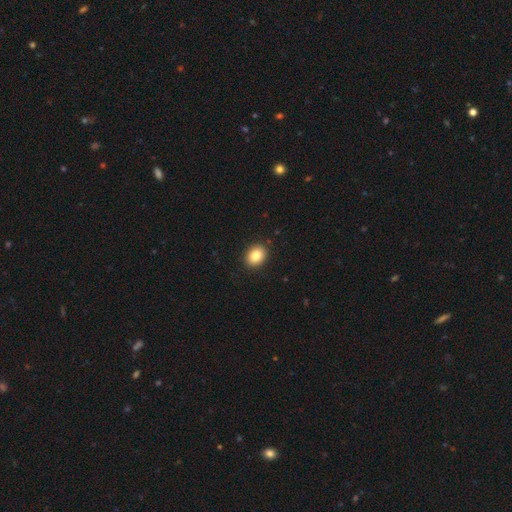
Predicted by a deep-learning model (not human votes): Q: Smooth or featured?
A: smooth (85%); runner-up: star or artifact (9%)
Q: How rounded?
A: in between (53%); runner-up: round (46%)
Q: Merging?
A: none (90%); runner-up: minor disturbance (7%)